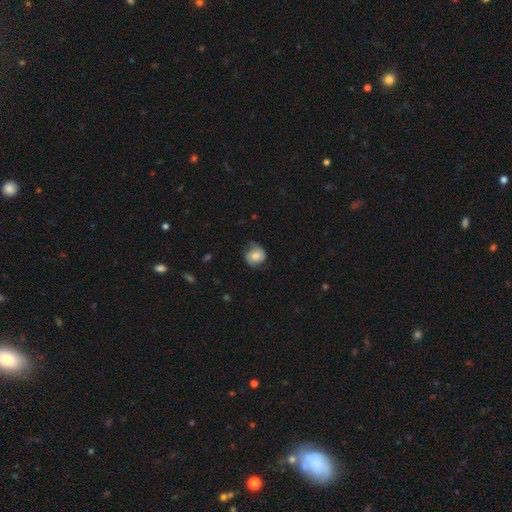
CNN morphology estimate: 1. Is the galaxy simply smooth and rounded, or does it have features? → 63% smooth, 29% featured or disk, 8% star or artifact.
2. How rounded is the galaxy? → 78% round, 21% in between, 1% cigar-shaped.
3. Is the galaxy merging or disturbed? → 60% none, 28% minor disturbance, 10% major disturbance, 1% merger.